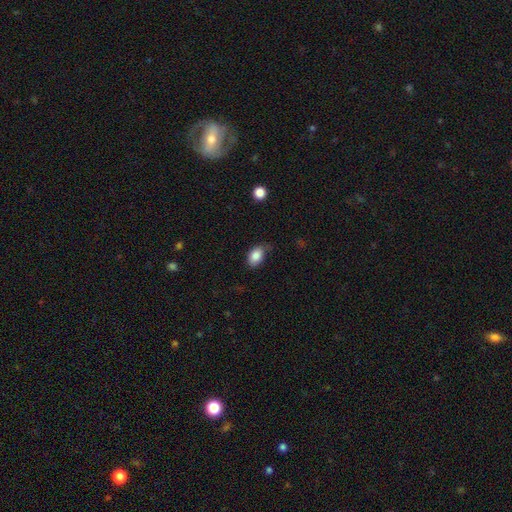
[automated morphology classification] This is clearly a smooth galaxy (85%). How rounded: clearly in between (83%). Merging: possibly none (60%).